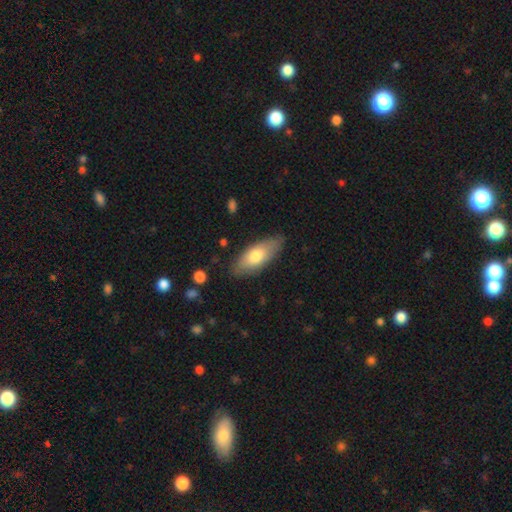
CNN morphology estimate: This appears to be a smooth galaxy with no disk features (70%) that is in between round and cigar-shaped (79%). Merging: none (80%).